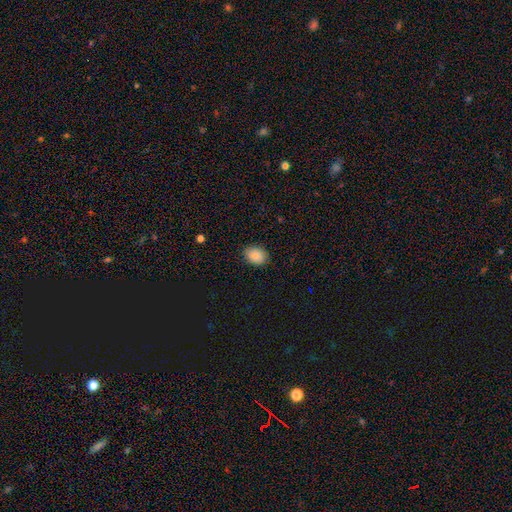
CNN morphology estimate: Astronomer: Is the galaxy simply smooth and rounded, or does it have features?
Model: smooth — 88%.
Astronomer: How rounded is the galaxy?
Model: in between — 71%.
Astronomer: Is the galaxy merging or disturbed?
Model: none — 87%.